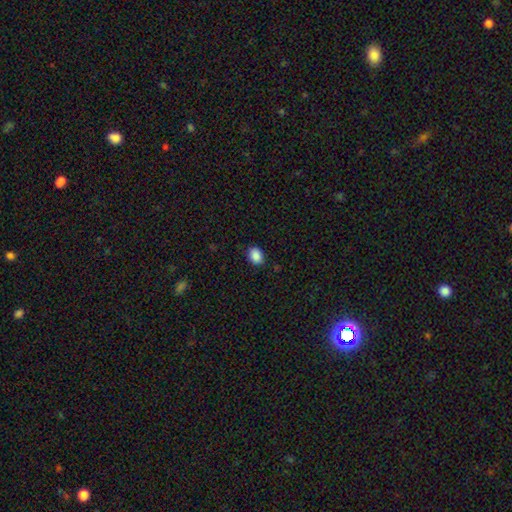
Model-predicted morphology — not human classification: Smooth or featured? Predicted: smooth (p=0.88). How rounded? Predicted: in between (p=0.56). Merging? Predicted: none (p=0.87).